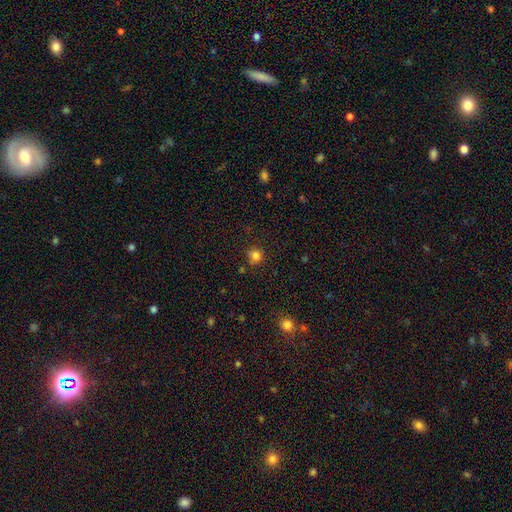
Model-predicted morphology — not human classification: This appears to be a smooth galaxy with no disk features (81%) that is round (87%). Merging: none (72%).